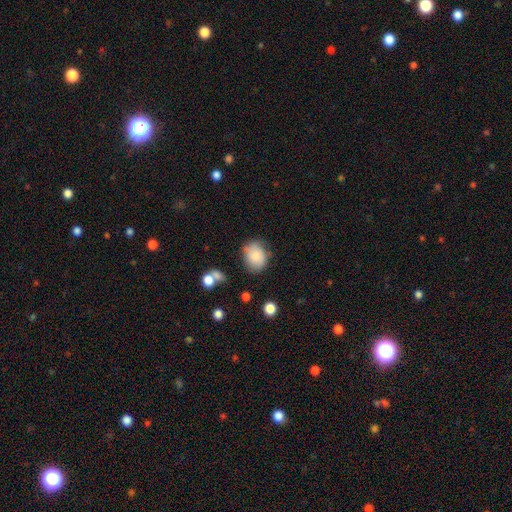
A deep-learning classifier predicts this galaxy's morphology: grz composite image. It shows a smooth galaxy with no disk features (79%) that is round (50%). Merging: none (65%).